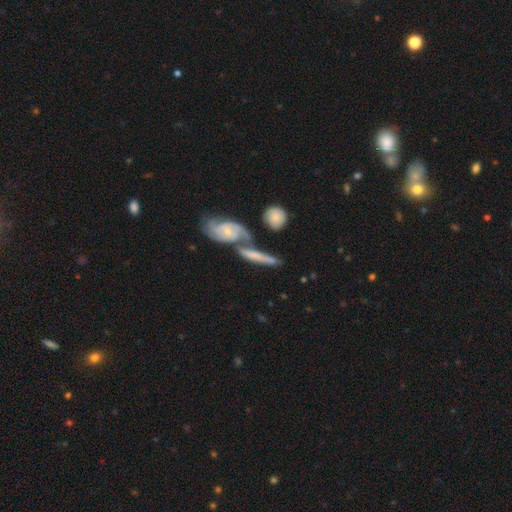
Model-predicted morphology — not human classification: Smooth or featured?
  - featured or disk: 62% *
  - smooth: 31%
  - star or artifact: 7%
Edge-on disk?
  - no: 60% *
  - yes: 40%
Merging?
  - merger: 43% *
  - none: 37%
  - minor disturbance: 14%
  - major disturbance: 6%